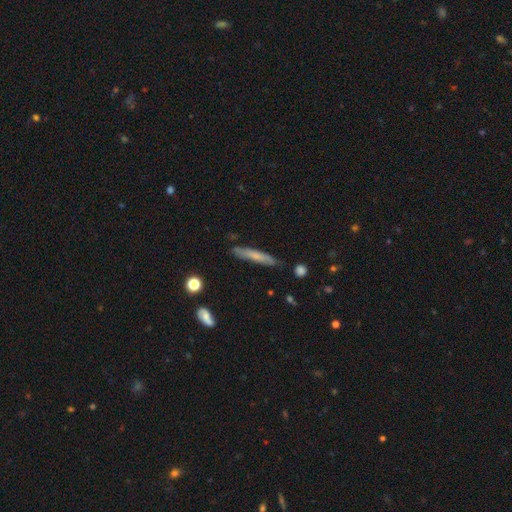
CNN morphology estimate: smooth-or-featured: smooth: 58% | featured or disk: 36% | star or artifact: 7%
  how-rounded: cigar-shaped: 92% | in between: 6% | round: 2%
  merging: none: 81% | minor disturbance: 15% | major disturbance: 2% | merger: 2%